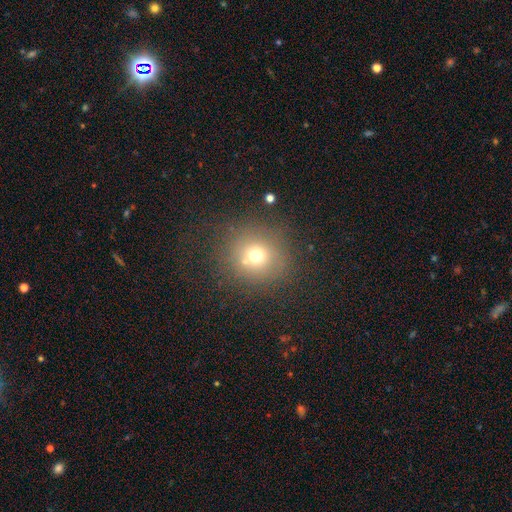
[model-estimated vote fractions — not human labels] smooth_or_featured: smooth (p=0.67) [alt: star or artifact p=0.19]
how_rounded: round (p=0.91) [alt: in between p=0.08]
merging: none (p=0.75) [alt: minor disturbance p=0.11]